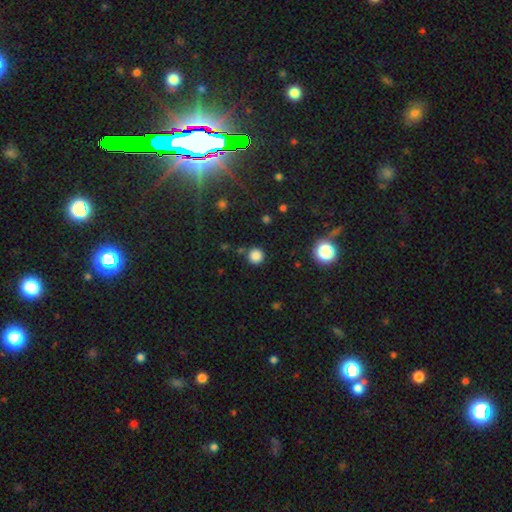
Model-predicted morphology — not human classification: smooth_or_featured: smooth (p=0.83) [alt: star or artifact p=0.13]
how_rounded: round (p=0.94) [alt: in between p=0.05]
merging: none (p=0.86) [alt: minor disturbance p=0.08]